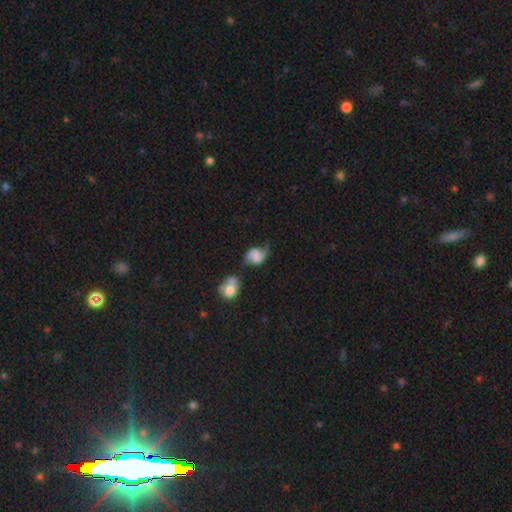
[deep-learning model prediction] featured or disk 56%, smooth 35%, star or artifact 10%. Down the decision tree: edge-on disk — no (97%); bar — no (55%); spiral arms — yes (89%); bulge size — none (53%); merging — none (39%).